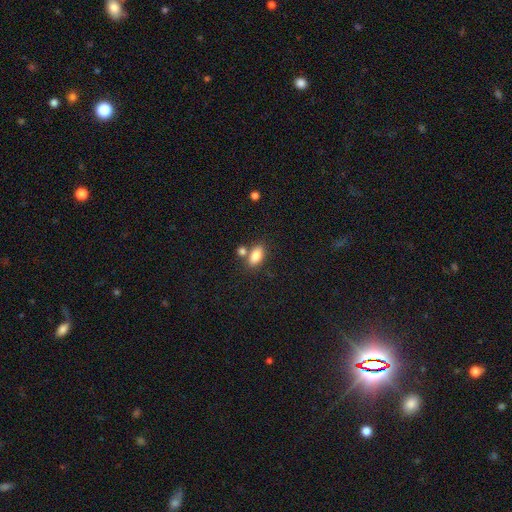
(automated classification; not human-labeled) Smooth or featured? Predicted: smooth (p=0.84). How rounded? Predicted: in between (p=0.89). Merging? Predicted: none (p=0.61).